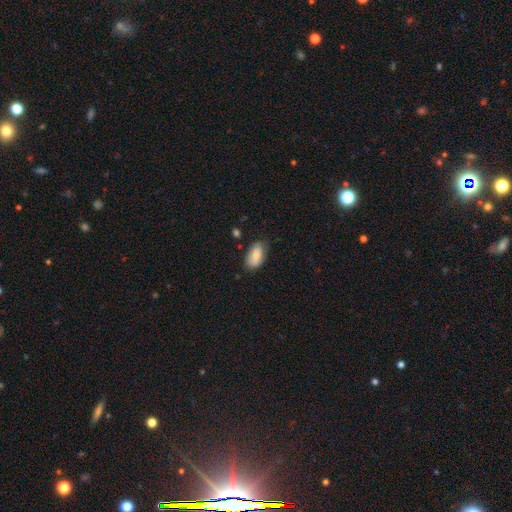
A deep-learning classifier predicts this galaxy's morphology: smooth_or_featured: smooth (p=0.78) [alt: featured or disk p=0.15]
how_rounded: in between (p=0.93) [alt: round p=0.04]
merging: none (p=0.72) [alt: minor disturbance p=0.22]